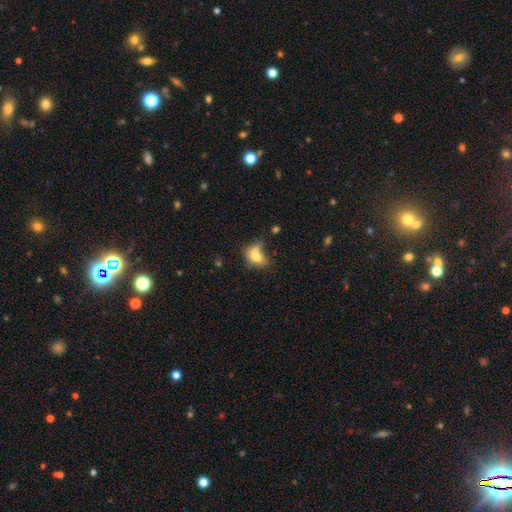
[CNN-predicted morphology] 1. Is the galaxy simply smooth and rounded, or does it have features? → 70% smooth, 19% featured or disk, 11% star or artifact.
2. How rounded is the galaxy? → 73% in between, 24% round, 4% cigar-shaped.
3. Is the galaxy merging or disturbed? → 29% merger, 27% none, 23% major disturbance, 21% minor disturbance.